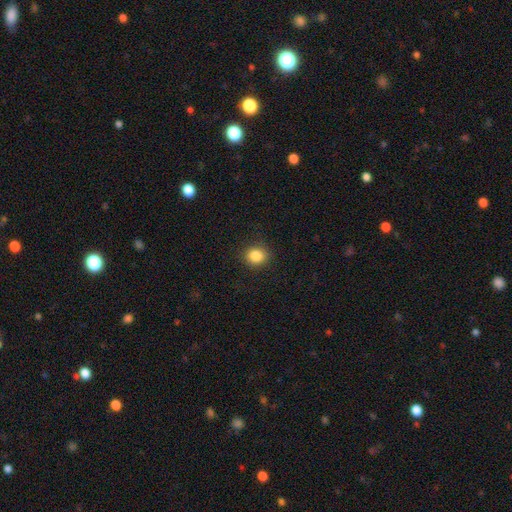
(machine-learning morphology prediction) Q: Smooth or featured?
A: smooth (85%); runner-up: star or artifact (10%)
Q: How rounded?
A: round (80%); runner-up: in between (19%)
Q: Merging?
A: none (89%); runner-up: minor disturbance (8%)